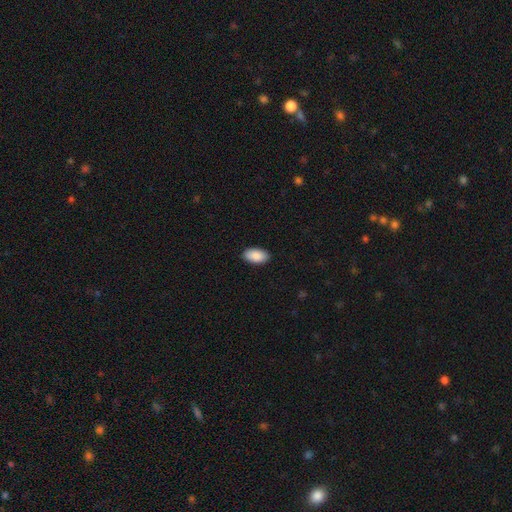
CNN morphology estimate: Smooth or featured? smooth (90%)
How rounded? in between (96%)
Merging? none (90%)